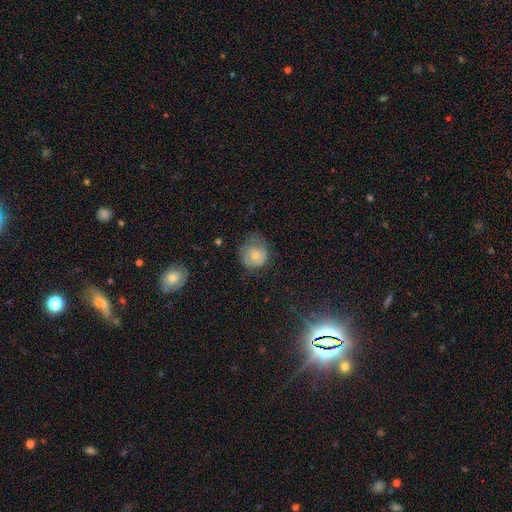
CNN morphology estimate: Smooth or featured?
  - smooth: 57% *
  - featured or disk: 34%
  - star or artifact: 9%
How rounded?
  - round: 80% *
  - in between: 19%
  - cigar-shaped: 1%
Merging?
  - none: 48% *
  - minor disturbance: 31%
  - major disturbance: 19%
  - merger: 2%